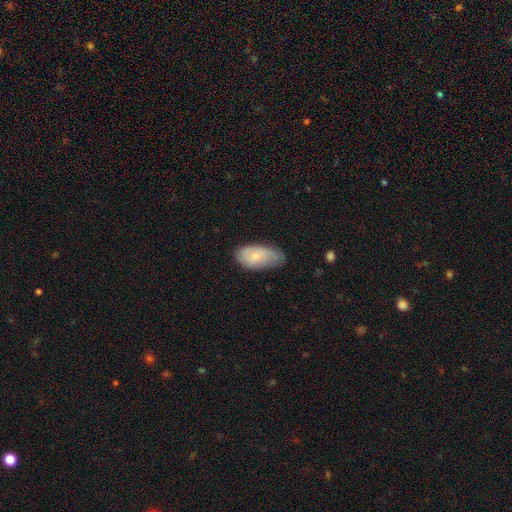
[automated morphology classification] Smooth or featured?
  - smooth: 72% *
  - featured or disk: 22%
  - star or artifact: 6%
How rounded?
  - in between: 93% *
  - cigar-shaped: 5%
  - round: 3%
Merging?
  - none: 50% *
  - minor disturbance: 39%
  - major disturbance: 9%
  - merger: 1%